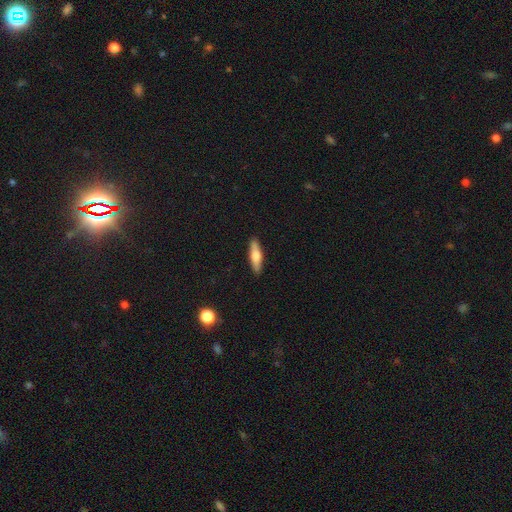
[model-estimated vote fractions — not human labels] A smooth galaxy with no disk features (58%) that is cigar-shaped (72%). Merging: none (88%).